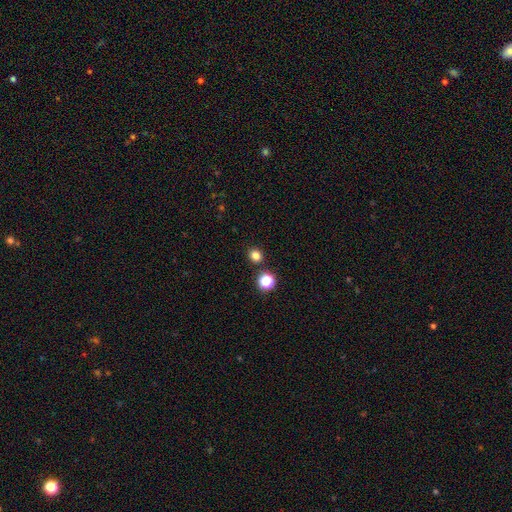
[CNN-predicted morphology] A smooth galaxy with no disk features (80%) that is round (83%).

Vote fractions:
- Smooth or featured? smooth: 80% / star or artifact: 16% / featured or disk: 4%
- How rounded? round: 83% / in between: 16% / cigar-shaped: 1%
- Merging? none: 87% / minor disturbance: 6% / merger: 5% / major disturbance: 2%